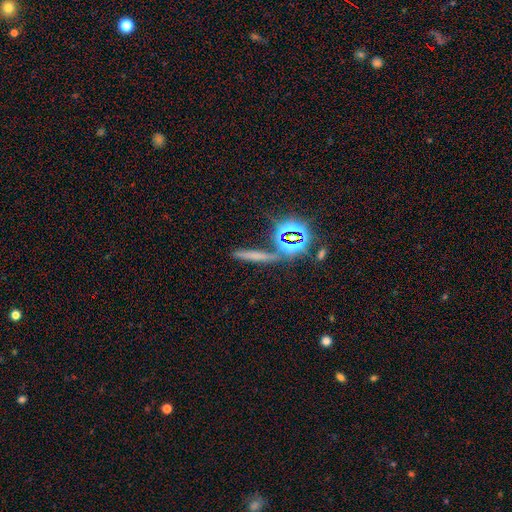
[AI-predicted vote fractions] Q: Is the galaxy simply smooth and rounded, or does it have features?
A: smooth — 52%.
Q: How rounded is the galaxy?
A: cigar-shaped — 85%.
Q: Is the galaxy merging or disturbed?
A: none — 75%.